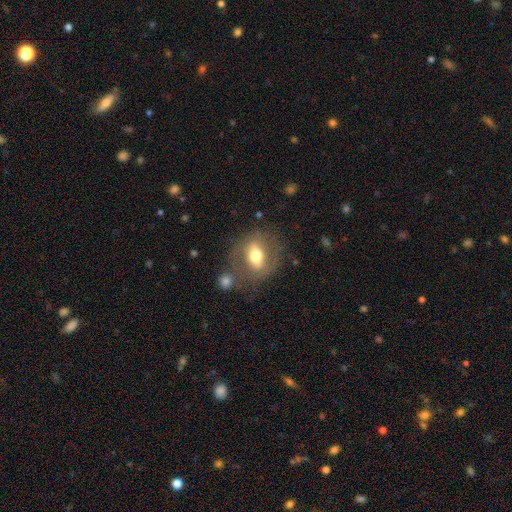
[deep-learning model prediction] Q: Smooth or featured?
A: featured or disk (46%); tied with: smooth (46%)
Q: Merging?
A: none (66%); runner-up: minor disturbance (15%)